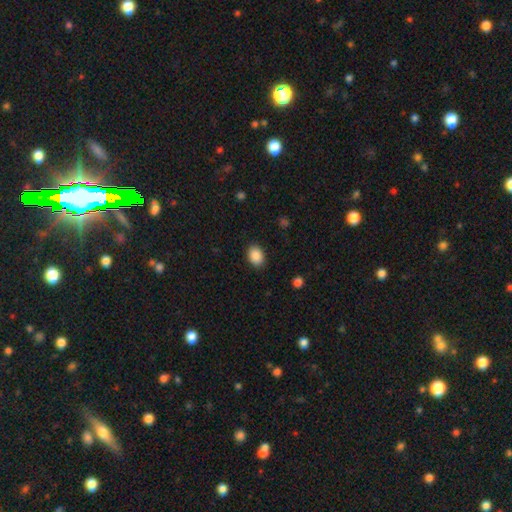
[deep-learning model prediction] smooth_or_featured: smooth (p=0.89) [alt: star or artifact p=0.08]
how_rounded: in between (p=0.74) [alt: round p=0.26]
merging: none (p=0.88) [alt: minor disturbance p=0.09]